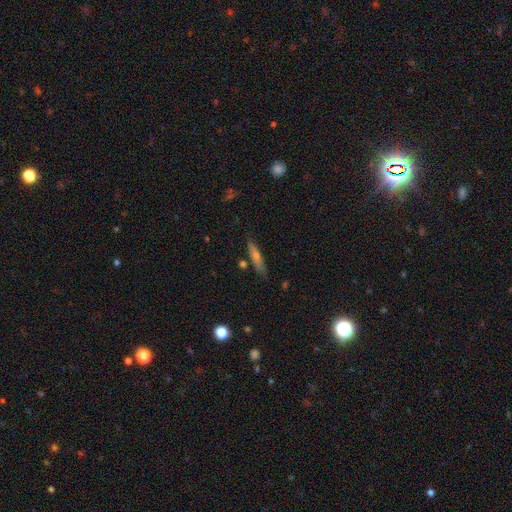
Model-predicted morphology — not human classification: type=smooth (47%); merging=none (83%).